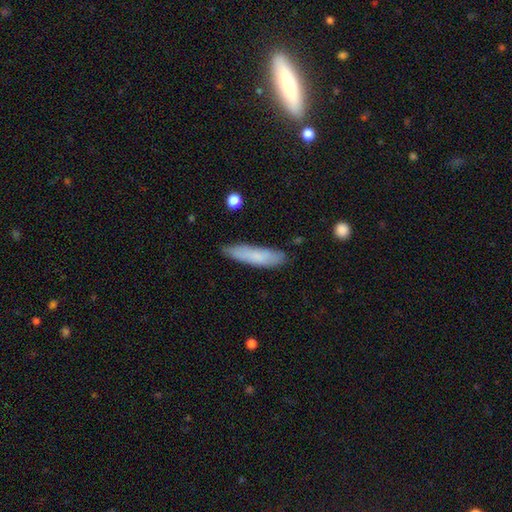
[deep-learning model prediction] Morphology: type=smooth (77%); roundness=cigar-shaped (74%); merging=none (81%).